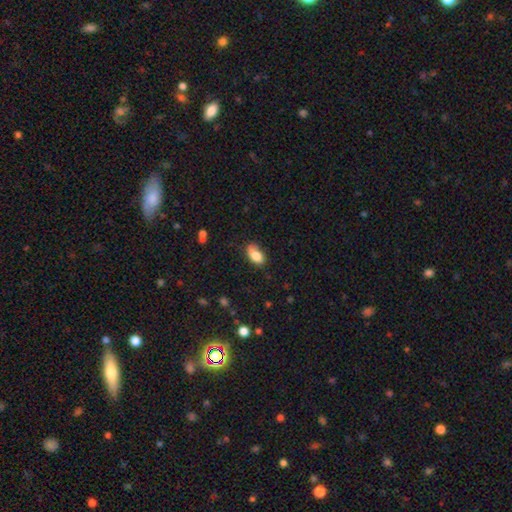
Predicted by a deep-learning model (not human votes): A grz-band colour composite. It shows a smooth galaxy with no disk features (80%) that is in between round and cigar-shaped (90%). Merging: none (55%).